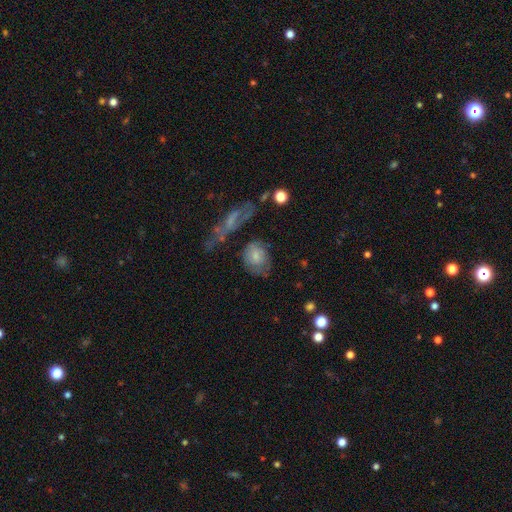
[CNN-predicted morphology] smooth-or-featured: smooth: 58% | featured or disk: 33% | star or artifact: 8%
  how-rounded: in between: 53% | round: 44% | cigar-shaped: 3%
  merging: none: 51% | minor disturbance: 24% | major disturbance: 16% | merger: 9%